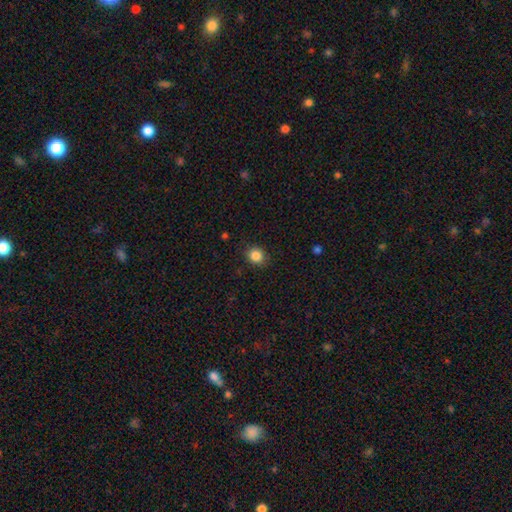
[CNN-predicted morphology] Smooth or featured? Predicted: smooth (p=0.86). How rounded? Predicted: round (p=0.78). Merging? Predicted: none (p=0.86).